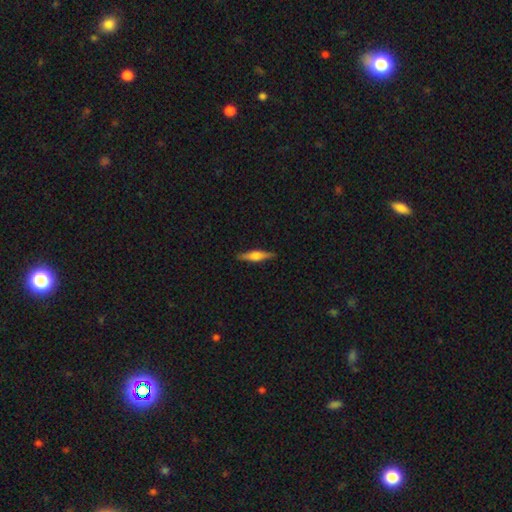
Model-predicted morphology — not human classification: Overall: featured or disk (53%; smooth 41%). Edge-on disk: yes (96%). Edge-on bulge: rounded (79%). Merging: none (89%).